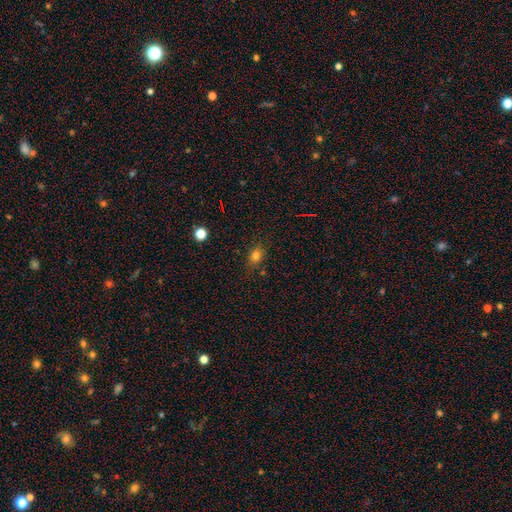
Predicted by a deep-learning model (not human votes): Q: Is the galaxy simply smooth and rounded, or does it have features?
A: smooth — 76%.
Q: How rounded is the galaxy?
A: in between — 60%.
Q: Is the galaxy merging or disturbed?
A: none — 78%.